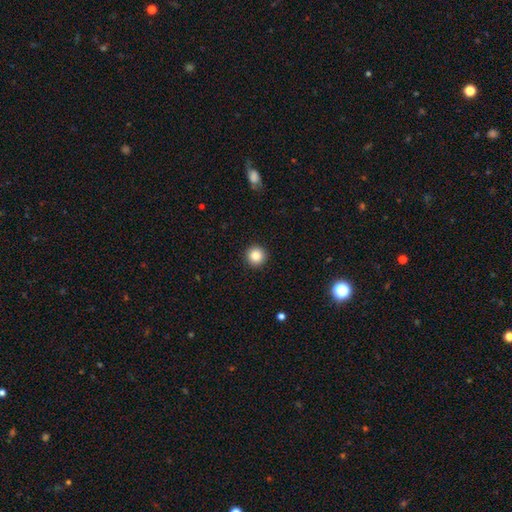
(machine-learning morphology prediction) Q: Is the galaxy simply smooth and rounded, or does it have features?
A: smooth — 86%.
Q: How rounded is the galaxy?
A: round — 96%.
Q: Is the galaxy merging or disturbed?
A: none — 93%.